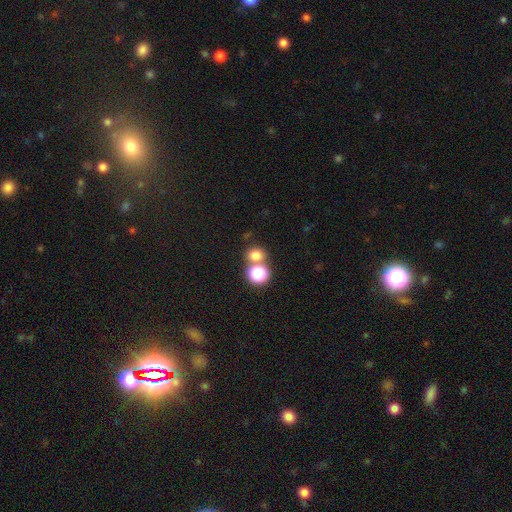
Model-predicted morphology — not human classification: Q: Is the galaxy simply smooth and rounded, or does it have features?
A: smooth — 74%.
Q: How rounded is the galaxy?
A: round — 71%.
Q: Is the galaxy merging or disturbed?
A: none — 54%.